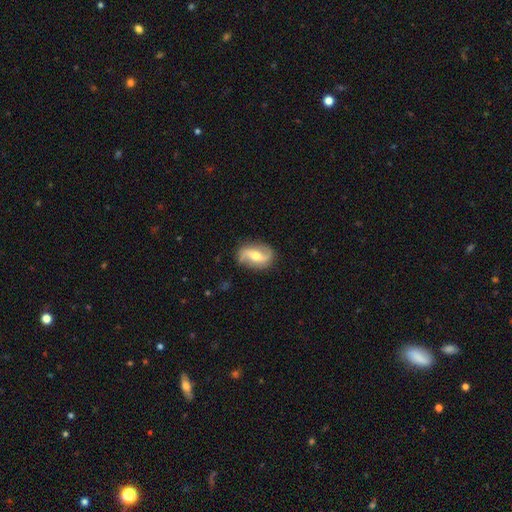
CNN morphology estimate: The model was most divided on "bar": weak: 37%, no: 32%, strong: 31%. More confident: edge-on disk — no (95%); spiral arms — yes (91%); spiral arm count — 2 (91%); merging — none (82%); smooth or featured — featured or disk (77%); spiral winding — loose (67%); bulge size — moderate (64%).